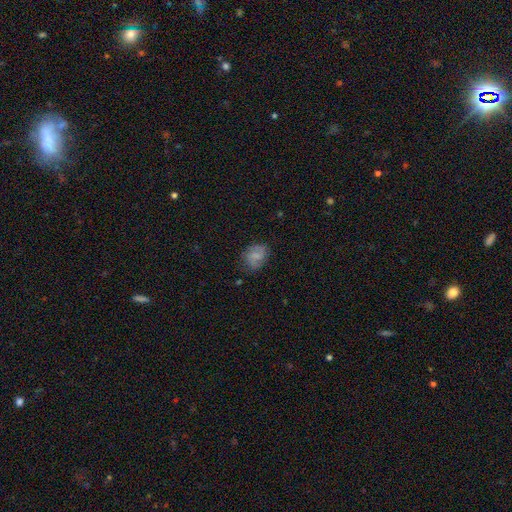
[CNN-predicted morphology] smooth-or-featured: featured or disk: 46% | smooth: 45% | star or artifact: 9%
  merging: none: 71% | minor disturbance: 20% | major disturbance: 7% | merger: 2%